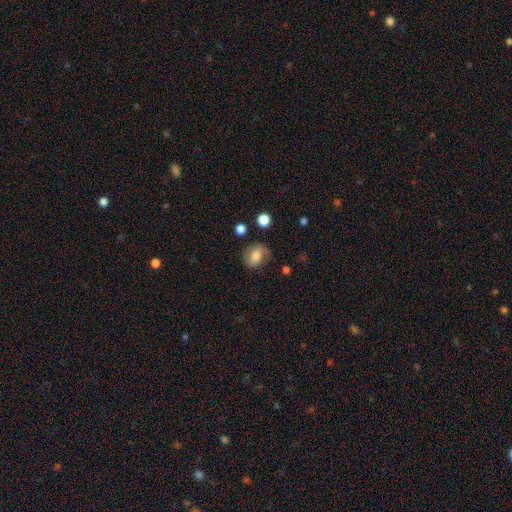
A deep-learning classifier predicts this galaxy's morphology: A smooth galaxy with no disk features (72%) that is in between round and cigar-shaped (59%). Merging: none (71%).